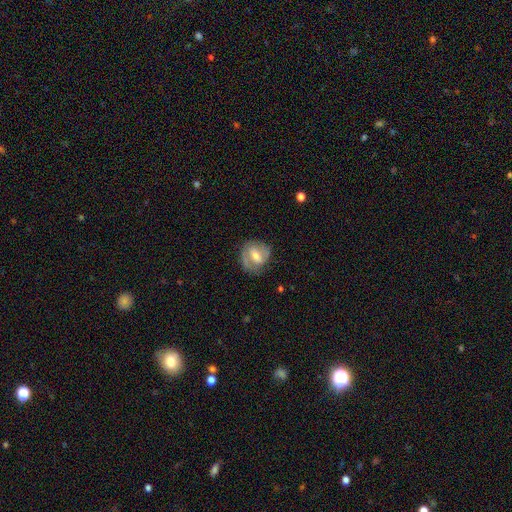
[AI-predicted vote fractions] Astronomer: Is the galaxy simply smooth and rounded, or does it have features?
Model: featured or disk — 63%.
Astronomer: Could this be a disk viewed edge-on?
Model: no — 96%.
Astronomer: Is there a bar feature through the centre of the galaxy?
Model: weak — 45% (runner-up: strong, 37%).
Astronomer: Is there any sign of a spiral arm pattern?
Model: yes — 76%.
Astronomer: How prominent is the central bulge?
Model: moderate — 54% (runner-up: small, 35%).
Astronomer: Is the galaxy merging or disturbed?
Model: none — 67%.